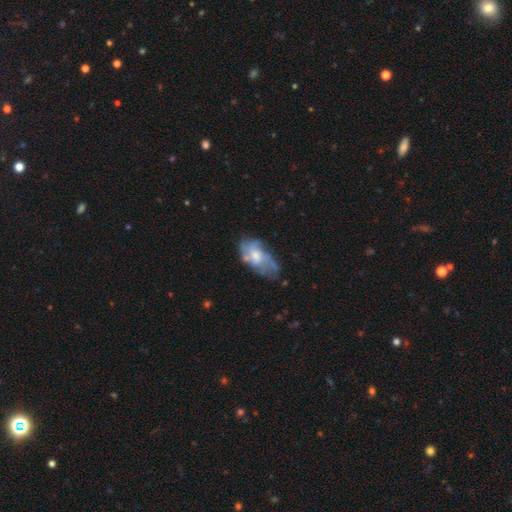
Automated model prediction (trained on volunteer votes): Smooth or featured? featured or disk (55%)
Edge-on disk? no (94%)
Bar? no (73%)
Spiral arms? yes (58%)
Bulge size? moderate (51%)
Merging? none (46%)